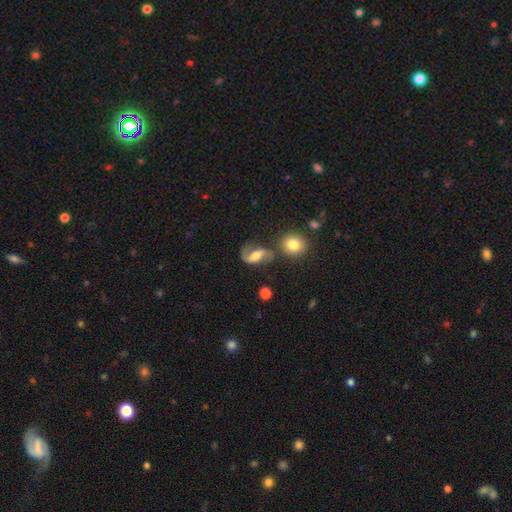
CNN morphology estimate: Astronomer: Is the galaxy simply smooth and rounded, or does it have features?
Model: featured or disk — 71%.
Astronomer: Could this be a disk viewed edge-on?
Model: no — 96%.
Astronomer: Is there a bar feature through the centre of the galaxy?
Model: weak — 43% (runner-up: no, 36%).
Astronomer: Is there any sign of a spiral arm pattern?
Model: yes — 93%.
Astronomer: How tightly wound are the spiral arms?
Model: loose — 61%.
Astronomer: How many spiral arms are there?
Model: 2 — 89%.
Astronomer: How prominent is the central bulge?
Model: moderate — 56%.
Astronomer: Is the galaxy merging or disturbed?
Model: none — 60%.